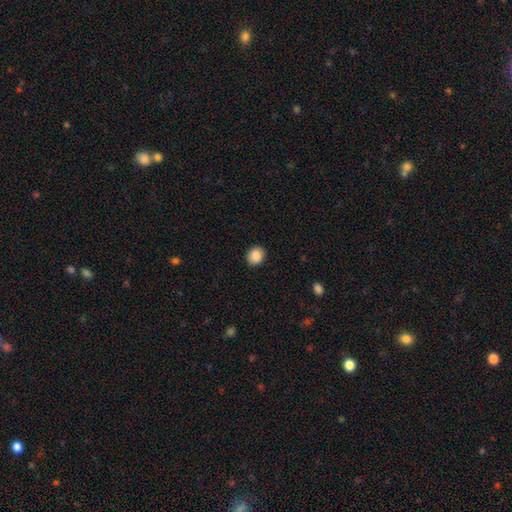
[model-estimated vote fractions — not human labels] Smooth or featured: smooth — 87% (star or artifact — 8%)
How rounded: round — 69% (in between — 30%)
Merging: none — 89% (minor disturbance — 8%)